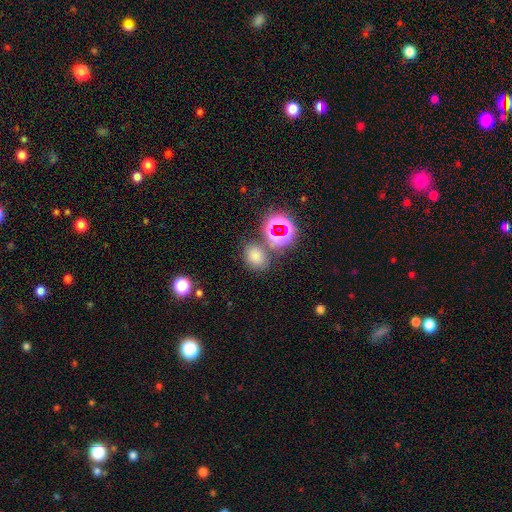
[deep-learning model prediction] smooth 68%, star or artifact 24%, featured or disk 8%. Down the decision tree: how rounded — in between (58%); merging — none (68%).